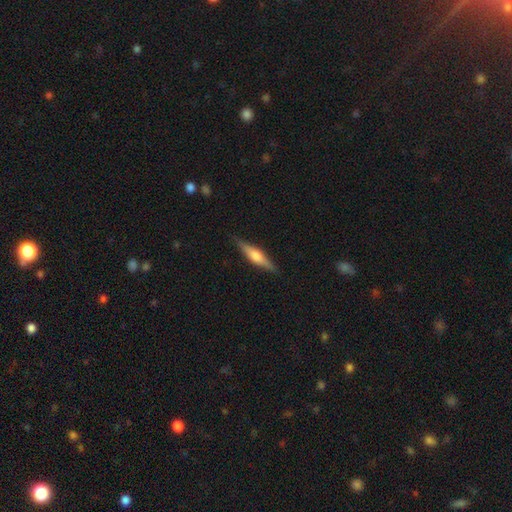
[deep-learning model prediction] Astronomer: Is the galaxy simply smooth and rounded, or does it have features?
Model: featured or disk — 57% (runner-up: smooth, 38%).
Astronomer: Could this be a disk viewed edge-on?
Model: yes — 96%.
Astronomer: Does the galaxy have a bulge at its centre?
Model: rounded — 83%.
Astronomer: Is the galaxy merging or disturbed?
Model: none — 89%.